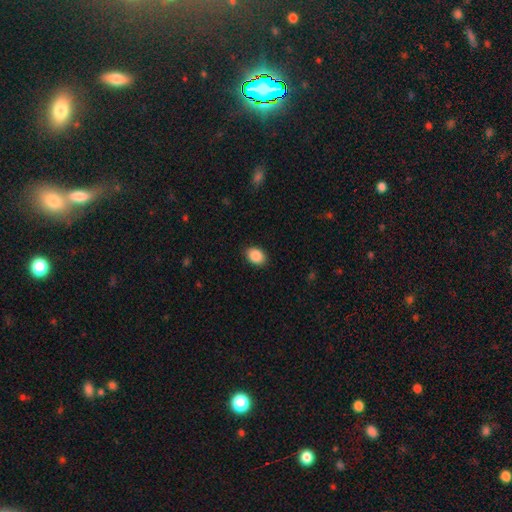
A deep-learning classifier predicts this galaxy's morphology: Smooth or featured?
  - smooth: 89% *
  - star or artifact: 7%
  - featured or disk: 3%
How rounded?
  - in between: 74% *
  - round: 25%
  - cigar-shaped: 1%
Merging?
  - none: 88% *
  - minor disturbance: 9%
  - major disturbance: 2%
  - merger: 1%